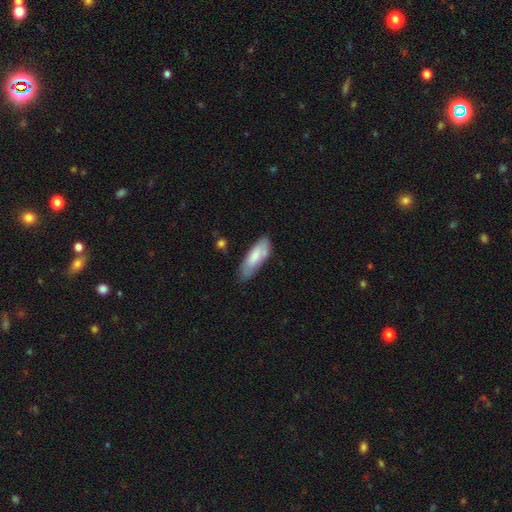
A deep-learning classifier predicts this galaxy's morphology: smooth-or-featured: smooth: 74% | featured or disk: 20% | star or artifact: 6%
  how-rounded: in between: 62% | cigar-shaped: 36% | round: 2%
  merging: none: 64% | minor disturbance: 26% | major disturbance: 6% | merger: 4%